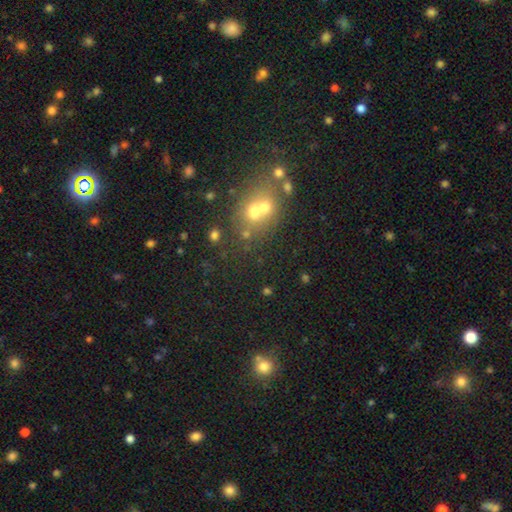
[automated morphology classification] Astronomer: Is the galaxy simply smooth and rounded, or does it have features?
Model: smooth — 45% (runner-up: star or artifact, 37%).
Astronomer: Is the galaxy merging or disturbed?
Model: none — 56%.